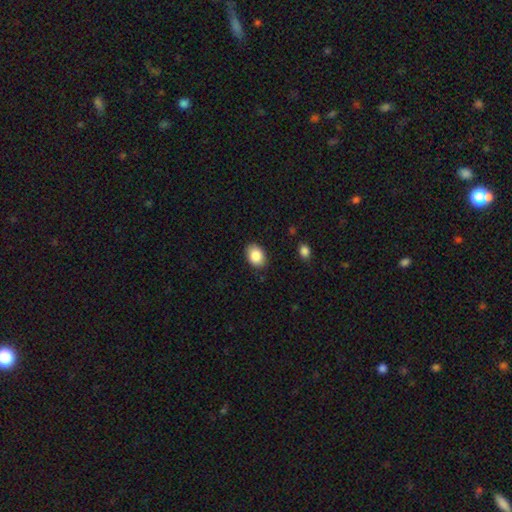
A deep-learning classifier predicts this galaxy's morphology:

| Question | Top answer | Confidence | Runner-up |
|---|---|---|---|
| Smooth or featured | smooth | 87% | star or artifact (8%) |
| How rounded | in between | 75% | round (24%) |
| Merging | none | 86% | minor disturbance (11%) |